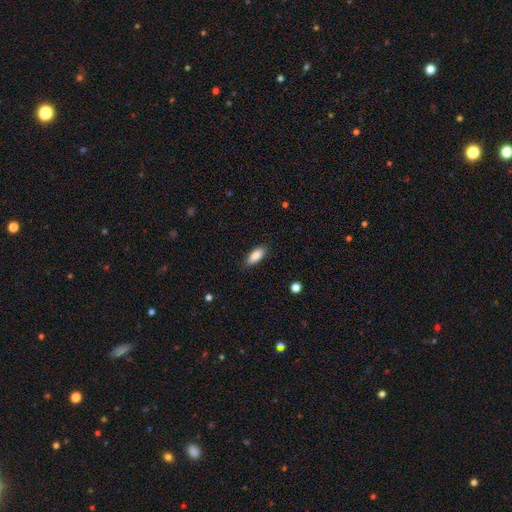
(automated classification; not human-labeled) A smooth galaxy with no disk features (87%) that is in between round and cigar-shaped (78%). Merging: none (83%).